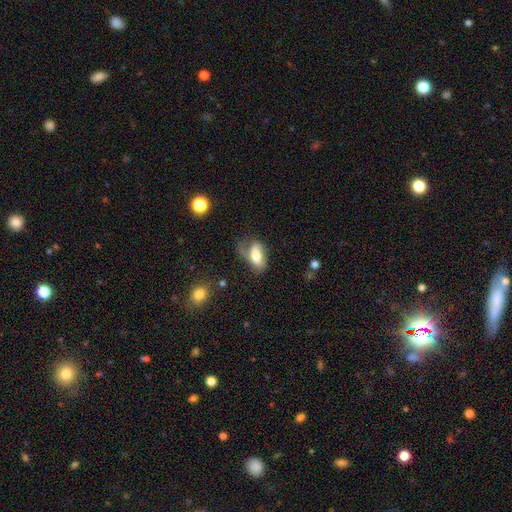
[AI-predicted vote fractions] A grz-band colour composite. It shows a smooth galaxy with no disk features (64%) that is in between round and cigar-shaped (88%). Merging: none (35%).